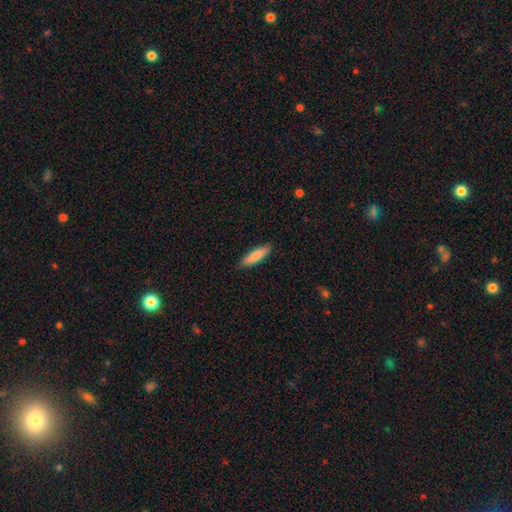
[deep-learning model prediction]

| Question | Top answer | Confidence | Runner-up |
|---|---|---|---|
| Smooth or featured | smooth | 86% | featured or disk (9%) |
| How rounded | cigar-shaped | 65% | in between (34%) |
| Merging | none | 88% | minor disturbance (10%) |